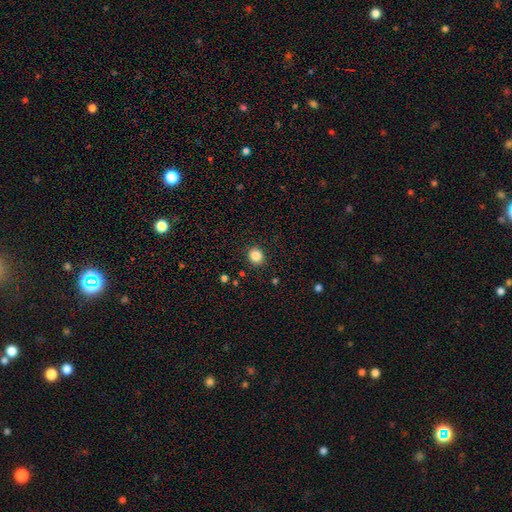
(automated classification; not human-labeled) smooth 85%, star or artifact 11%, featured or disk 4%. Down the decision tree: how rounded — round (80%); merging — none (90%).